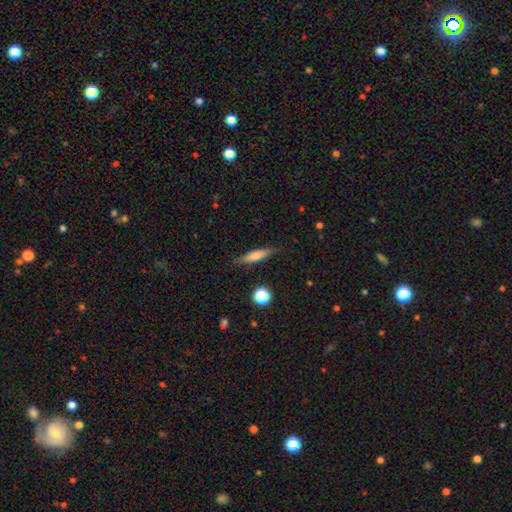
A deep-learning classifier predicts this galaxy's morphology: type=smooth (63%); roundness=cigar-shaped (78%); merging=none (83%).